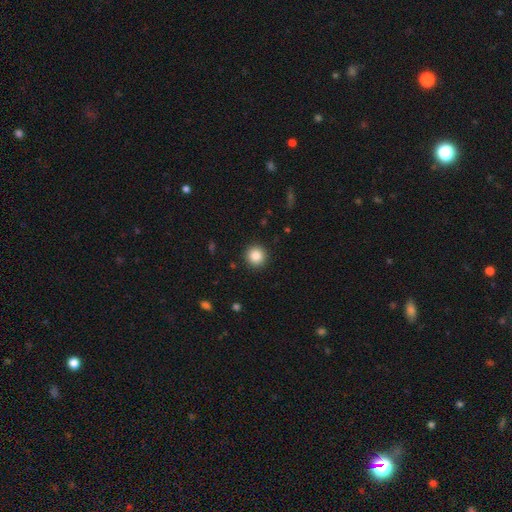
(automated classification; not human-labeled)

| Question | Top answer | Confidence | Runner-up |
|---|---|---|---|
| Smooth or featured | smooth | 85% | star or artifact (9%) |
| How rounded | round | 95% | in between (4%) |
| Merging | none | 92% | minor disturbance (5%) |